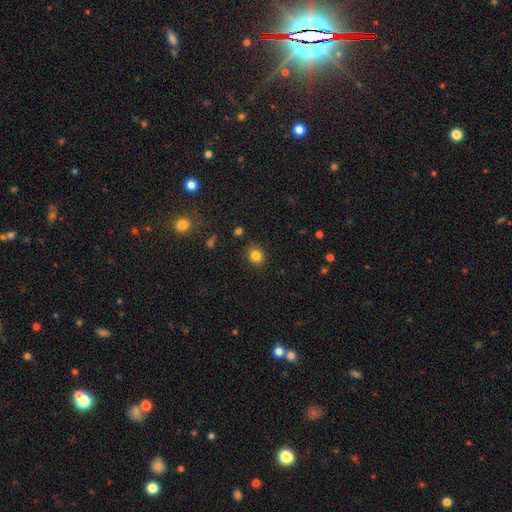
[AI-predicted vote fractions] smooth-or-featured: smooth: 82% | star or artifact: 12% | featured or disk: 6%
  how-rounded: round: 70% | in between: 29% | cigar-shaped: 1%
  merging: none: 88% | minor disturbance: 8% | major disturbance: 2% | merger: 2%